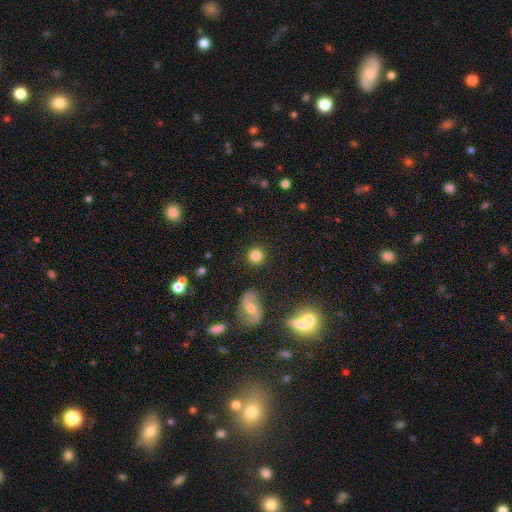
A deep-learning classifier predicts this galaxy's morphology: This appears to be a smooth galaxy with no disk features (81%) that is round (93%). Merging: none (89%).